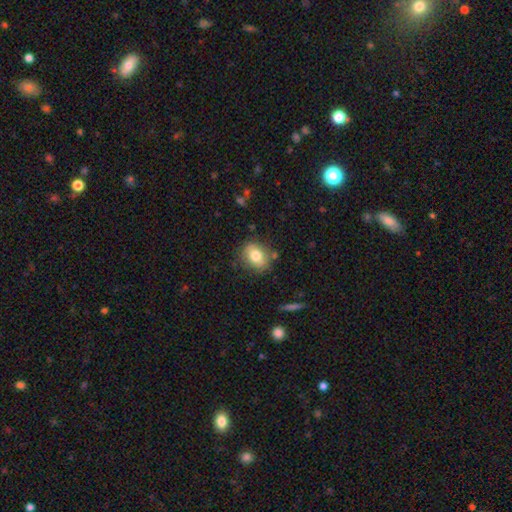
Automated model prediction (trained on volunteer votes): This appears to be a smooth galaxy with no disk features (77%) that is in between round and cigar-shaped (57%). Merging: none (78%).